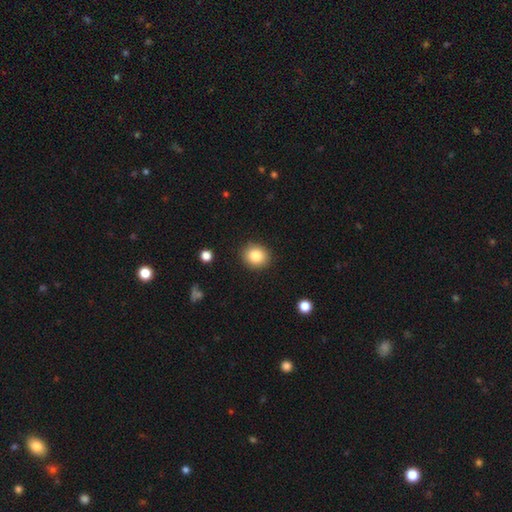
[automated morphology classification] This appears to be a smooth galaxy with no disk features (84%) that is round (79%). Merging: none (90%).